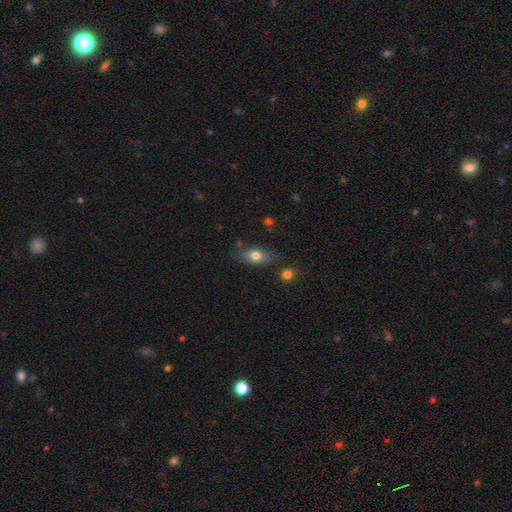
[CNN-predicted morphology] type=smooth (74%); roundness=in between (81%); merging=none (75%).